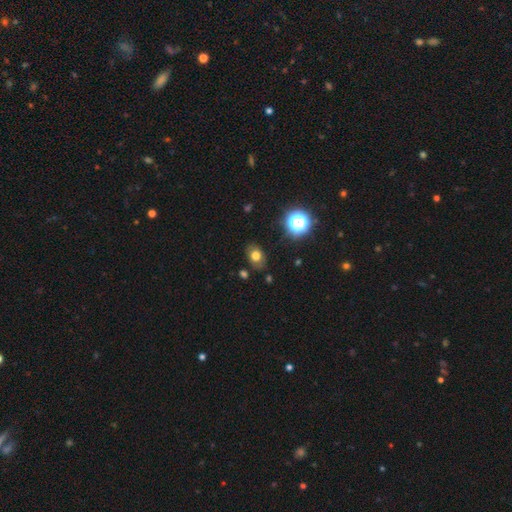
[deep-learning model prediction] Morphology: type=smooth (70%); roundness=in between (64%); merging=none (81%).